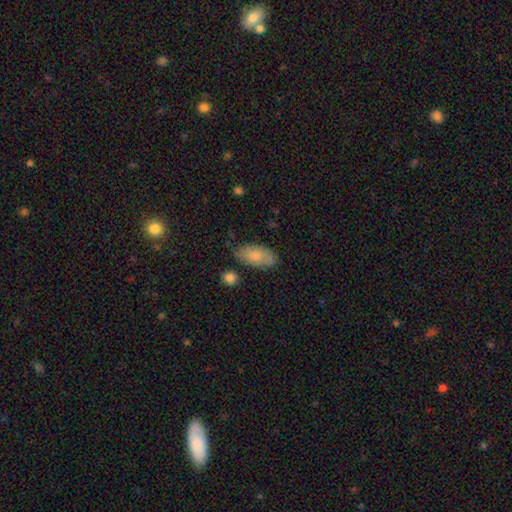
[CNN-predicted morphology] Overall: smooth (81%). How rounded: in between (93%). Merging: none (75%).